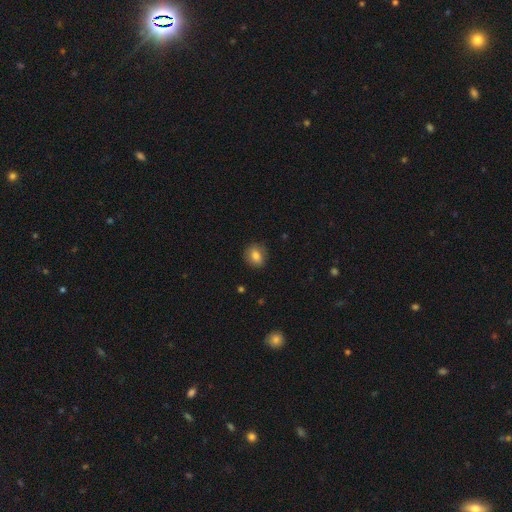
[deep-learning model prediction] Smooth or featured?
  - smooth: 80% *
  - featured or disk: 11%
  - star or artifact: 9%
How rounded?
  - round: 65% *
  - in between: 34%
  - cigar-shaped: 1%
Merging?
  - none: 84% *
  - minor disturbance: 12%
  - major disturbance: 3%
  - merger: 1%